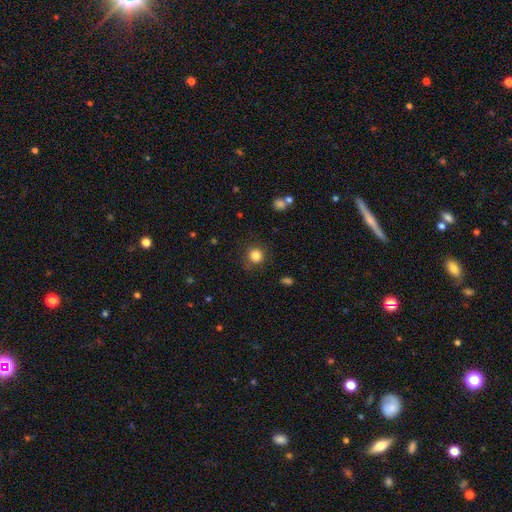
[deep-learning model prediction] This appears to be a smooth galaxy with no disk features (83%) that is round (91%). Merging: none (83%).